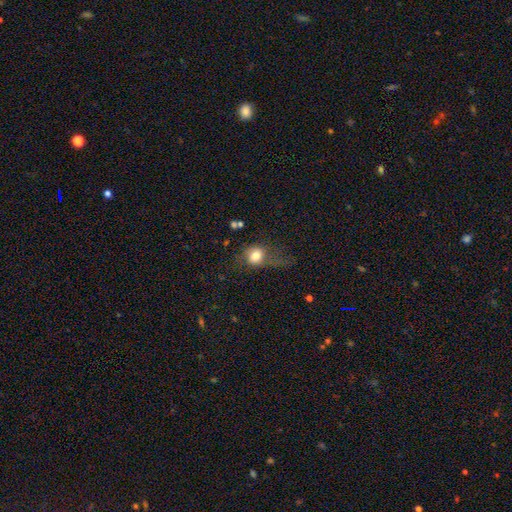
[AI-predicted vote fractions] A smooth galaxy with no disk features (73%) that is round (67%). Merging: none (39%).